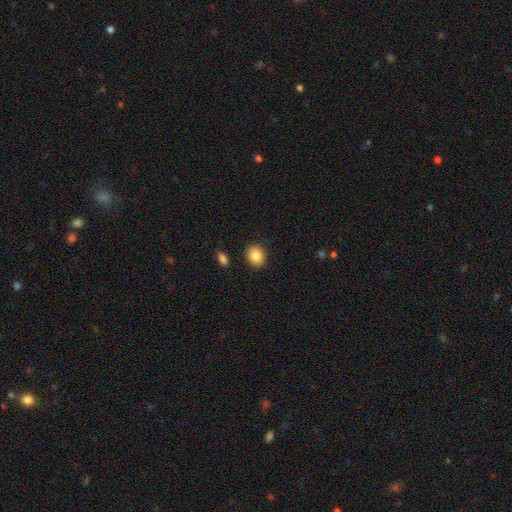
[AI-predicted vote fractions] Smooth or featured?
  - smooth: 86% *
  - star or artifact: 8%
  - featured or disk: 6%
How rounded?
  - round: 71% *
  - in between: 28%
  - cigar-shaped: 1%
Merging?
  - none: 89% *
  - minor disturbance: 7%
  - major disturbance: 2%
  - merger: 2%